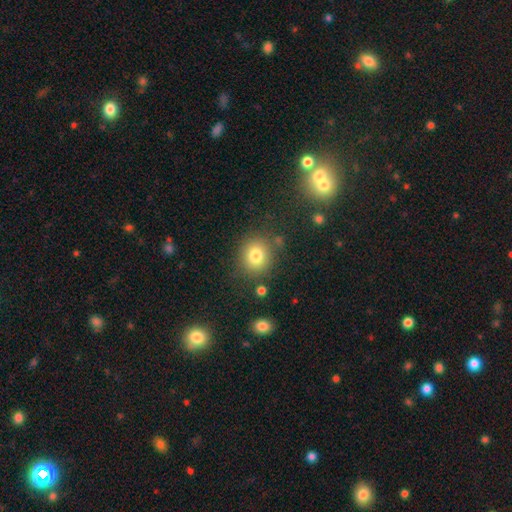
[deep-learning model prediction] Smooth or featured? Predicted: smooth (p=0.80). How rounded? Predicted: round (p=0.80). Merging? Predicted: none (p=0.80).